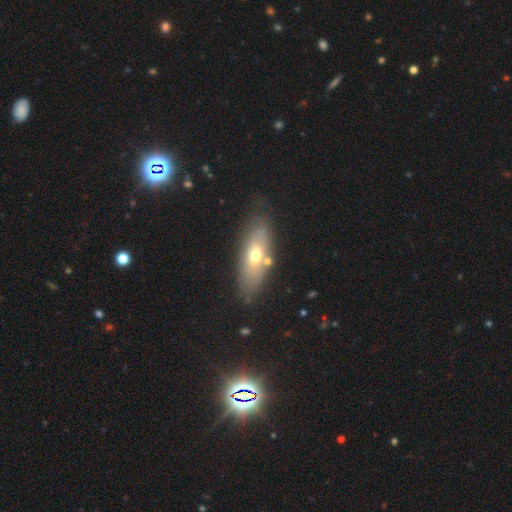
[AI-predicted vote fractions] smooth 54%, featured or disk 38%, star or artifact 8%. Down the decision tree: how rounded — in between (77%); merging — none (71%).